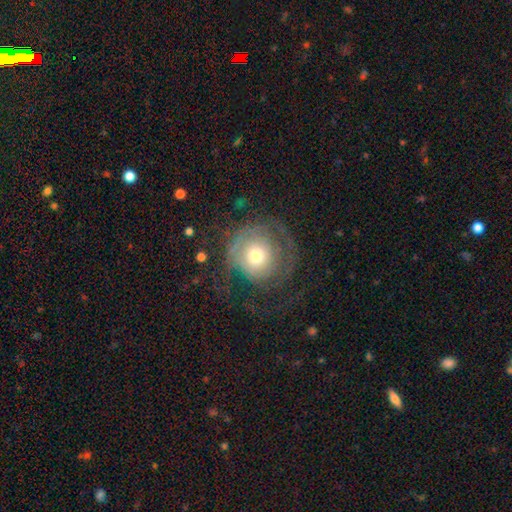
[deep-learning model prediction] Smooth or featured? Predicted: featured or disk (p=0.53). Edge-on disk? Predicted: no (p=0.96). Bar? Predicted: no (p=0.84). Spiral arms? Predicted: yes (p=0.64). Bulge size? Predicted: moderate (p=0.54). Merging? Predicted: none (p=0.48).